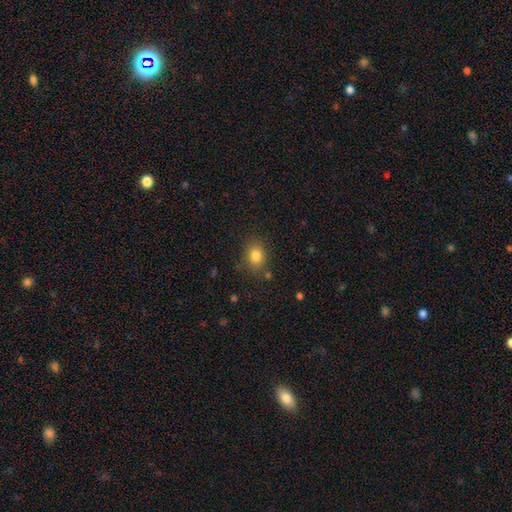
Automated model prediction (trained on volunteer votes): Smooth or featured: smooth — 82% (star or artifact — 11%)
How rounded: in between — 53% (round — 46%)
Merging: none — 78% (minor disturbance — 14%)